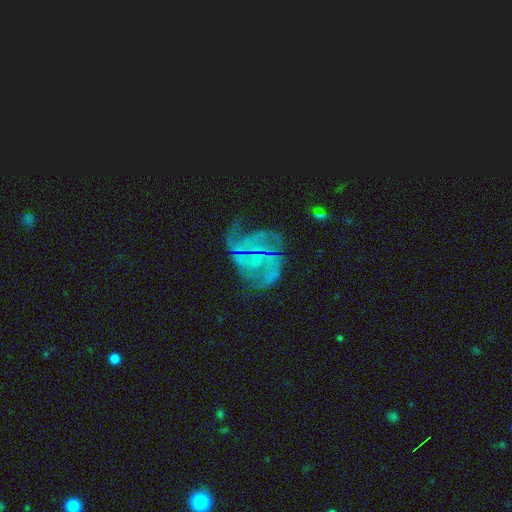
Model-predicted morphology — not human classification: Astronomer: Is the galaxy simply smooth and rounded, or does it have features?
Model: featured or disk — 76%.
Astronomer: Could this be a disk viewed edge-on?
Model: no — 98%.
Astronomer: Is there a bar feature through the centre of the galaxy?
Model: no — 57% (runner-up: weak, 34%).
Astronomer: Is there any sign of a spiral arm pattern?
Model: yes — 90%.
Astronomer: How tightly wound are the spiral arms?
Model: medium — 46% (runner-up: tight, 34%).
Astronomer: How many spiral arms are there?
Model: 3 — 27% (runner-up: can't tell, 23%).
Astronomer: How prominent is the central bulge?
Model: small — 61%.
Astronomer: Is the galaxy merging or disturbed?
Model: none — 53%.